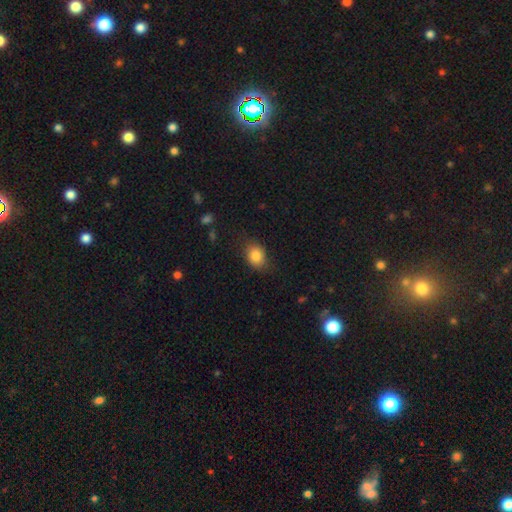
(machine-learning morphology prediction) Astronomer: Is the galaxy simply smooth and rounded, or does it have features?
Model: smooth — 84%.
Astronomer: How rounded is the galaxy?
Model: in between — 63%.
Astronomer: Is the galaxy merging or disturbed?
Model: none — 76%.